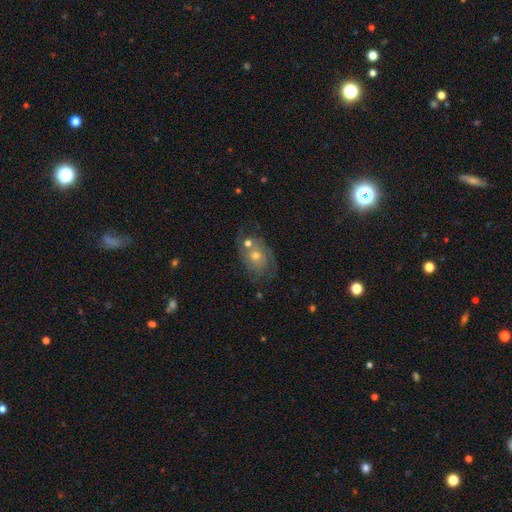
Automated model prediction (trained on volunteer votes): The model was most divided on "bulge size" (2-way tie): small: 47%, moderate: 47%, large: 3%, none: 2%, dominant: 1%. Remaining: edge-on disk — no (96%); spiral arms — yes (83%); bar — no (82%); smooth or featured — featured or disk (66%); merging — none (58%); spiral winding — tight (55%); spiral arm count — 2 (38%).